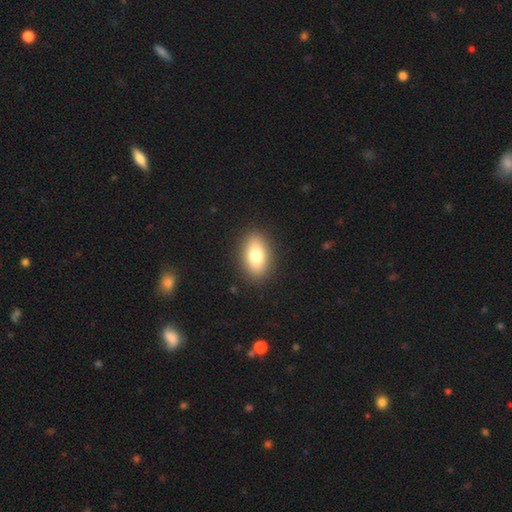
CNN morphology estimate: Smooth or featured?
  - smooth: 76% *
  - featured or disk: 16%
  - star or artifact: 8%
How rounded?
  - in between: 86% *
  - round: 10%
  - cigar-shaped: 3%
Merging?
  - none: 89% *
  - minor disturbance: 7%
  - major disturbance: 2%
  - merger: 1%